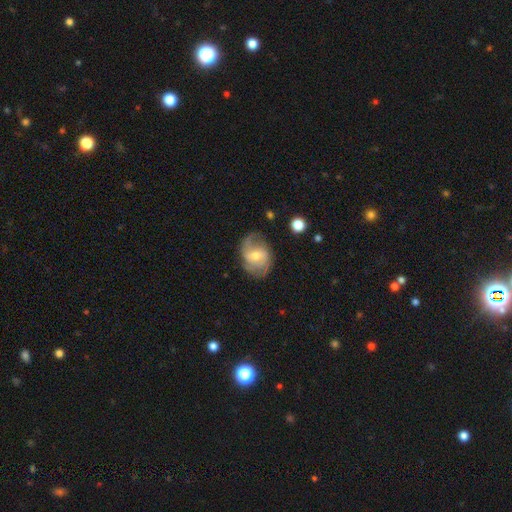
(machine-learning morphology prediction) featured or disk 71%, smooth 22%, star or artifact 7%. Down the decision tree: edge-on disk — no (97%); bar — weak (51%); spiral arms — yes (89%); spiral arm count — 2 (61%); spiral winding — medium (45%); bulge size — moderate (58%); merging — none (64%).